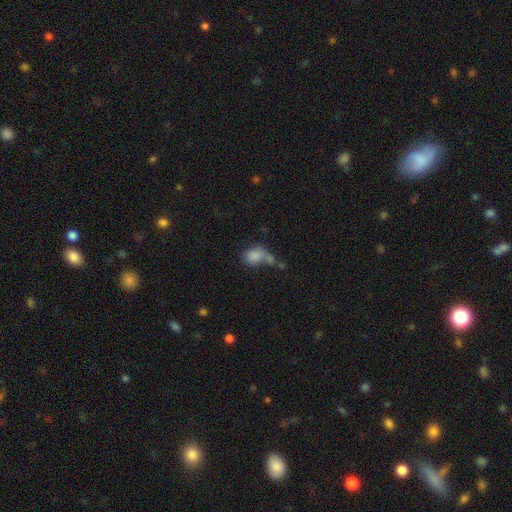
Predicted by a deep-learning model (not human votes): A smooth galaxy with no disk features (80%) that is in between round and cigar-shaped (59%).

Vote fractions:
- Smooth or featured? smooth: 80% / star or artifact: 10% / featured or disk: 10%
- How rounded? in between: 59% / round: 39% / cigar-shaped: 2%
- Merging? merger: 39% / none: 30% / minor disturbance: 16% / major disturbance: 15%